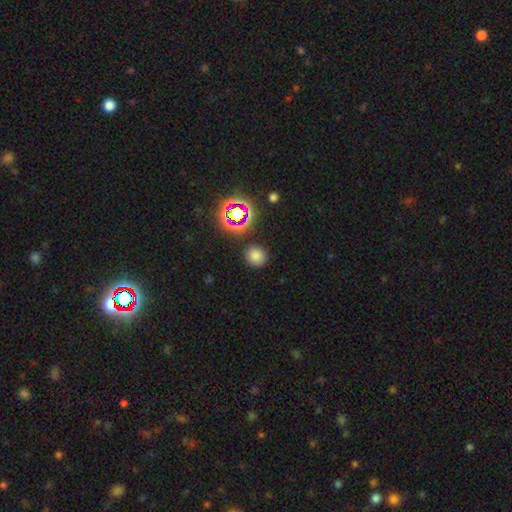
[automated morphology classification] This appears to be a smooth galaxy with no disk features (75%) that is round (91%). Merging: none (88%).